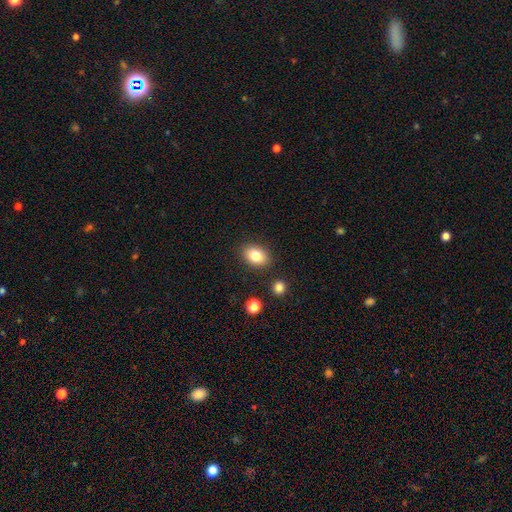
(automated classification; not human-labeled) A smooth galaxy with no disk features (83%) that is in between round and cigar-shaped (80%). Merging: none (85%).